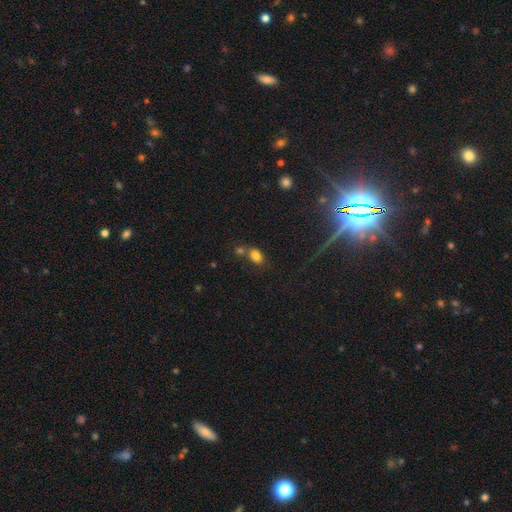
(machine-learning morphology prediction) A smooth galaxy with no disk features (80%) that is in between round and cigar-shaped (77%). Merging: none (53%).